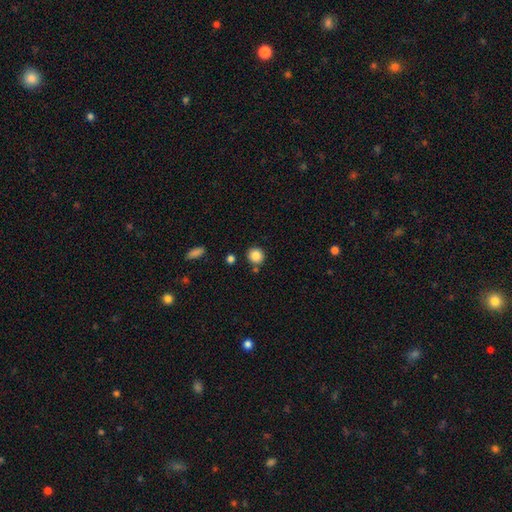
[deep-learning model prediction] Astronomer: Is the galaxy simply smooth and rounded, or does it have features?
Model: smooth — 86%.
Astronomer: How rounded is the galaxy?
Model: round — 90%.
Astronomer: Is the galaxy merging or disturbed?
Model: none — 82%.